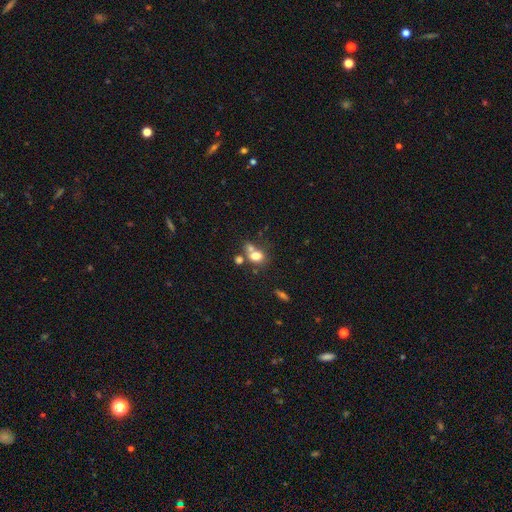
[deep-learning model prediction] Q: Smooth or featured?
A: smooth (73%); runner-up: featured or disk (14%)
Q: How rounded?
A: round (51%); runner-up: in between (47%)
Q: Merging?
A: merger (45%); runner-up: none (37%)